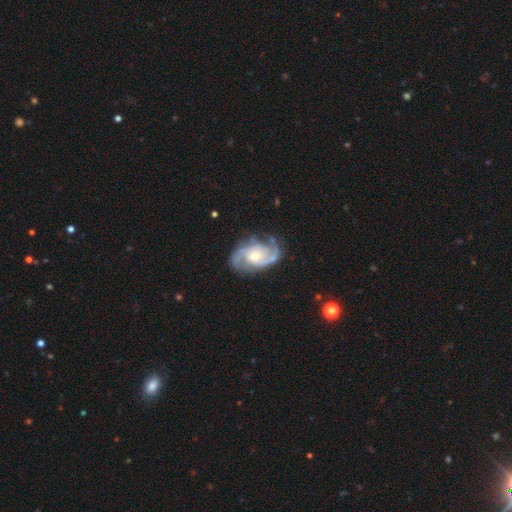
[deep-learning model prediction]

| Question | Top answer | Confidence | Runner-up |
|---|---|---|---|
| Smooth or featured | featured or disk | 89% | smooth (7%) |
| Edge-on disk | no | 97% | yes (3%) |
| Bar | no | 57% | weak (36%) |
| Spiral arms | yes | 97% | no (3%) |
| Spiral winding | medium | 52% | tight (32%) |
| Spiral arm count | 2 | 78% | 3 (8%) |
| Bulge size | moderate | 56% | small (32%) |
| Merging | none | 74% | minor disturbance (18%) |